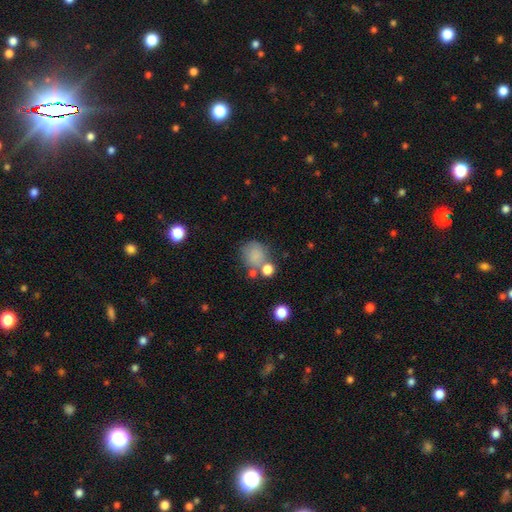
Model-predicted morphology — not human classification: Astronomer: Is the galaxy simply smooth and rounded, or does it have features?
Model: smooth — 78%.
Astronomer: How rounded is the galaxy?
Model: round — 79%.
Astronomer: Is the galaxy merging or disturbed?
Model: none — 58%.